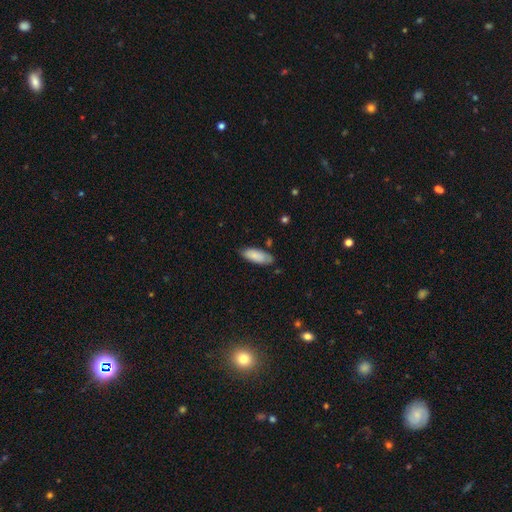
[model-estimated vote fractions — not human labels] The model was most divided on "how rounded": in between: 73%, cigar-shaped: 25%, round: 1%. More confident: smooth or featured — smooth (85%); merging — none (77%).